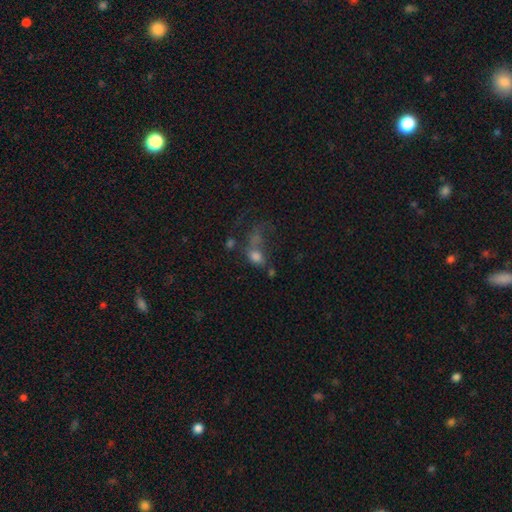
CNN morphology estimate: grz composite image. It shows a smooth galaxy with no disk features (64%) that is in between round and cigar-shaped (64%). Merging: merger (33%).